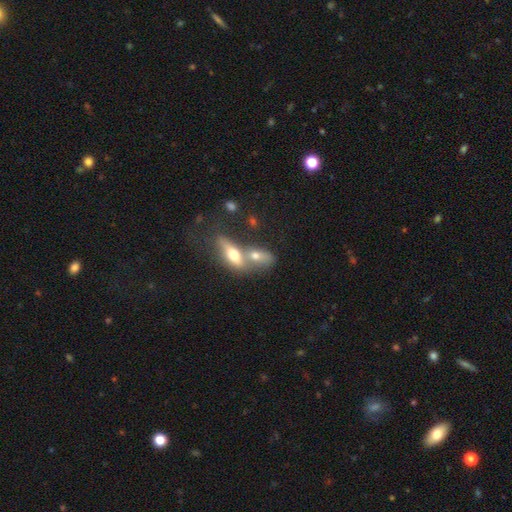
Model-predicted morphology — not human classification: Smooth or featured? Predicted: smooth (p=0.63). How rounded? Predicted: in between (p=0.71). Merging? Predicted: merger (p=0.64).